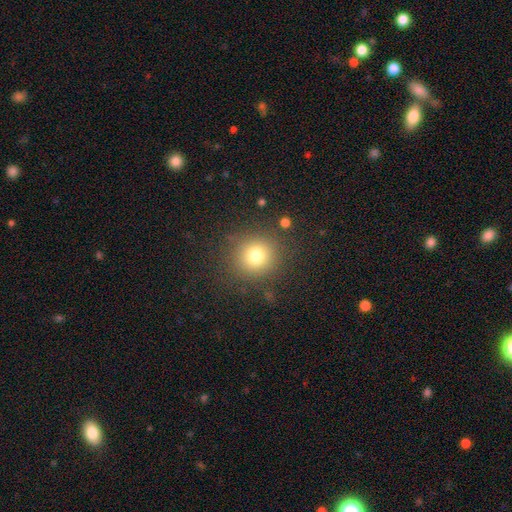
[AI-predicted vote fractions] This is likely a smooth galaxy (75%). How rounded: clearly round (91%). Merging: clearly none (85%).